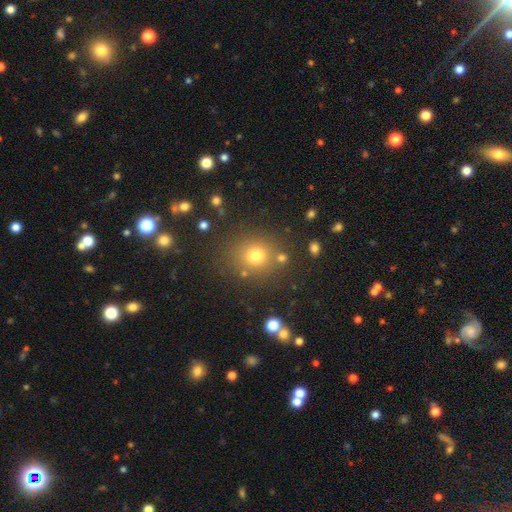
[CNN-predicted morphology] smooth-or-featured: smooth: 73% | star or artifact: 19% | featured or disk: 9%
  how-rounded: round: 83% | in between: 16% | cigar-shaped: 1%
  merging: none: 82% | minor disturbance: 9% | merger: 5% | major disturbance: 4%